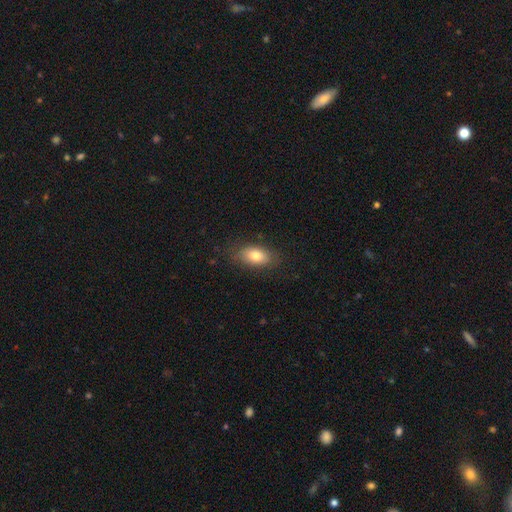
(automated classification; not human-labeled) The model was most divided on "smooth or featured": smooth: 78%, featured or disk: 14%, star or artifact: 8%. More confident: how rounded — in between (89%); merging — none (82%).